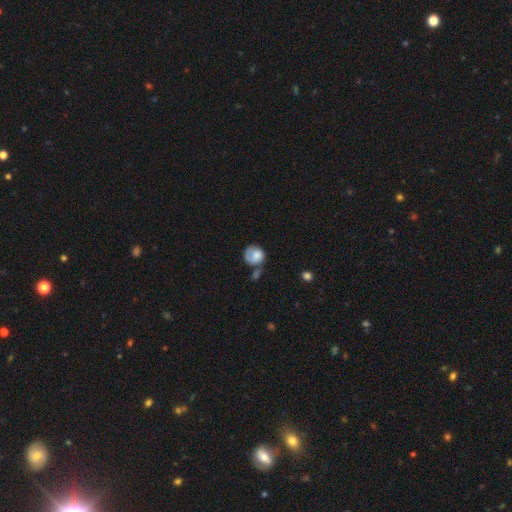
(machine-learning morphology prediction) A smooth galaxy with no disk features (73%) that is round (72%). Merging: none (39%).